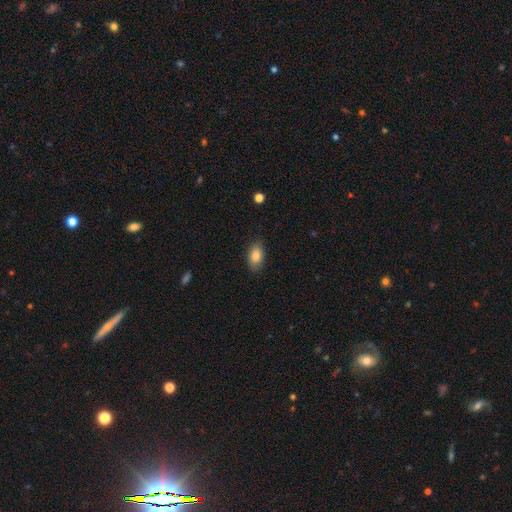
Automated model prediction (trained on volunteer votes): Smooth or featured? smooth (83%)
How rounded? in between (90%)
Merging? none (83%)